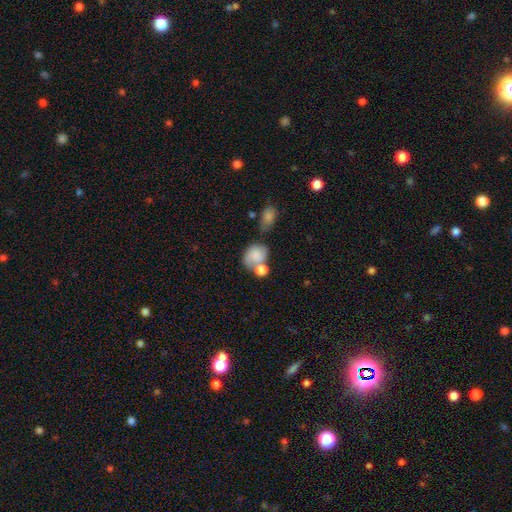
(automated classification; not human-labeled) Smooth or featured? smooth (72%)
How rounded? round (53%)
Merging? merger (46%)